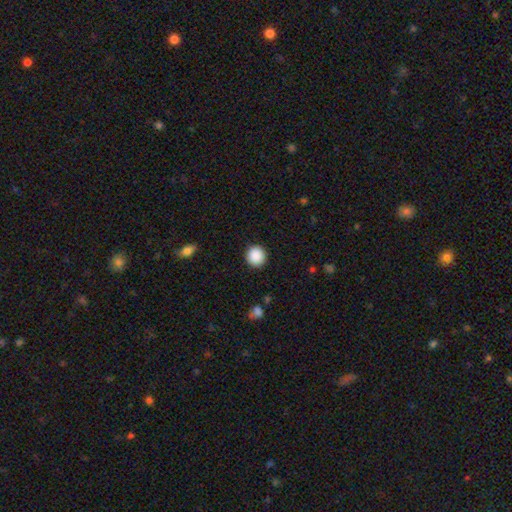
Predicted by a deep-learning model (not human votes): This appears to be a smooth galaxy with no disk features (89%) that is round (92%). Merging: none (92%).